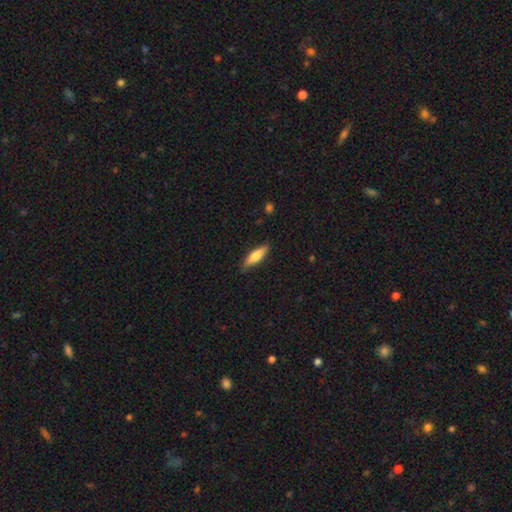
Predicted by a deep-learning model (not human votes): This is likely a smooth galaxy (69%). How rounded: possibly cigar-shaped (59%). Merging: likely none (80%).